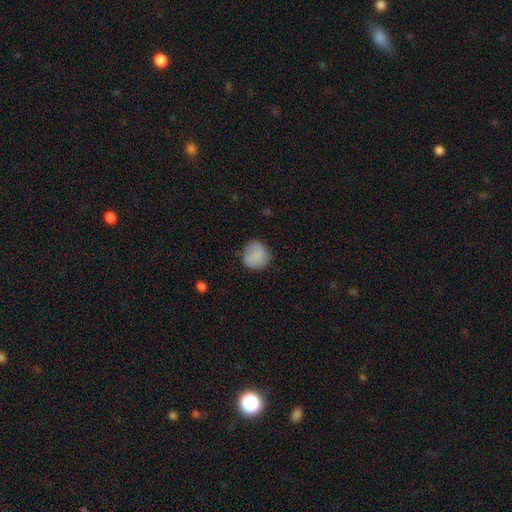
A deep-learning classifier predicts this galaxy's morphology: A smooth galaxy with no disk features (80%) that is round (88%). Merging: none (77%).